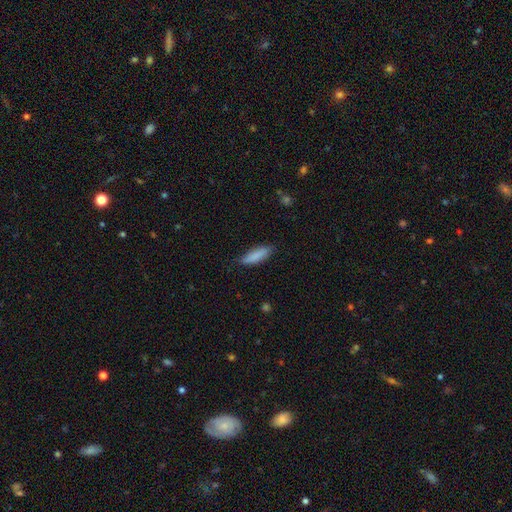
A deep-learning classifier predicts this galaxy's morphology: type=smooth (86%); roundness=cigar-shaped (54%); merging=none (77%).